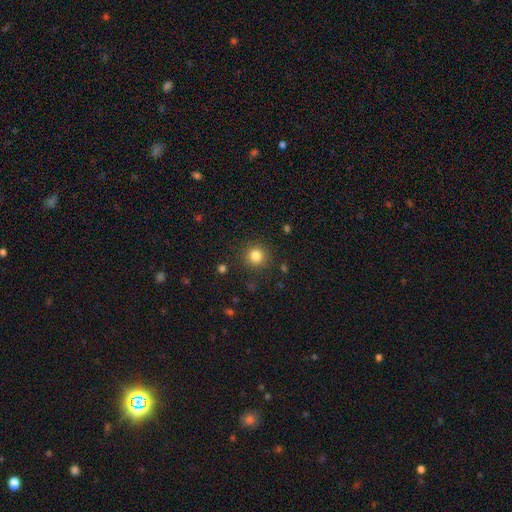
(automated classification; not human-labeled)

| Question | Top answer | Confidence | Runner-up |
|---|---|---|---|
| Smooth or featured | smooth | 82% | star or artifact (12%) |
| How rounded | round | 93% | in between (6%) |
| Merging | none | 89% | minor disturbance (7%) |